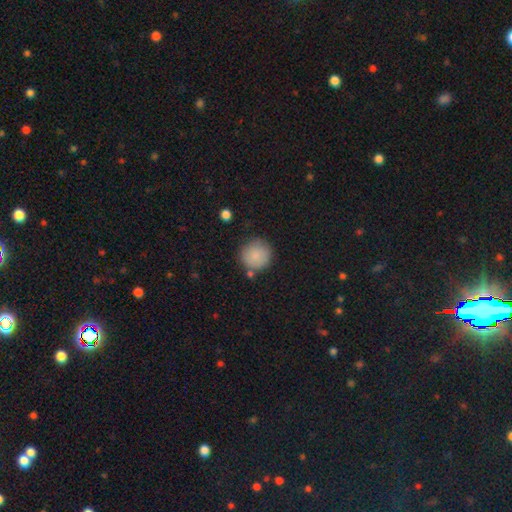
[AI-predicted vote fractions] Morphology: type=smooth (87%); roundness=round (94%); merging=none (78%).